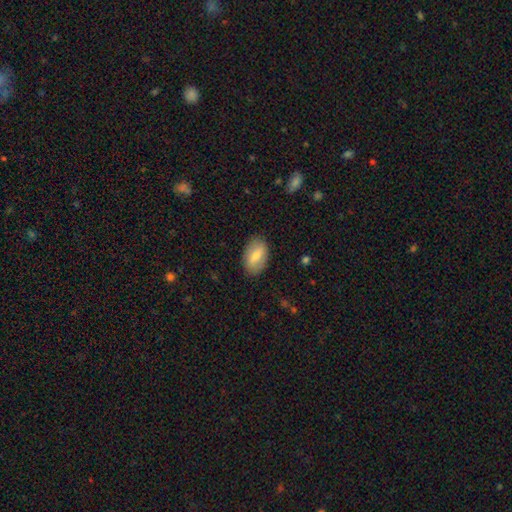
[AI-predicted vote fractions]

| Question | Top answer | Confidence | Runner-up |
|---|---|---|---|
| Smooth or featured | smooth | 68% | featured or disk (25%) |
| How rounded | in between | 92% | round (6%) |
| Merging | none | 86% | minor disturbance (10%) |